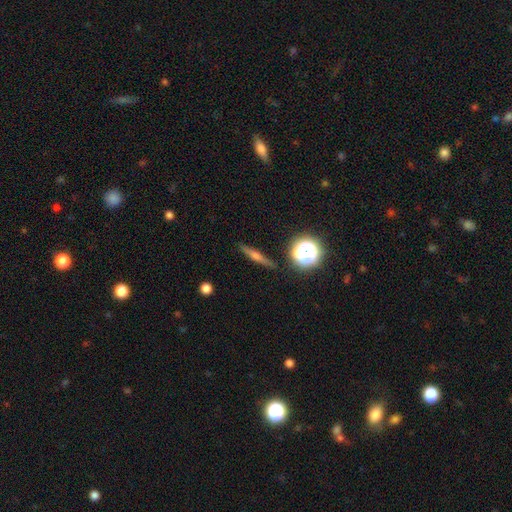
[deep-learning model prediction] Q: Smooth or featured?
A: featured or disk (52%); runner-up: smooth (34%)
Q: Edge-on disk?
A: yes (94%); runner-up: no (6%)
Q: Merging?
A: none (90%); runner-up: minor disturbance (7%)